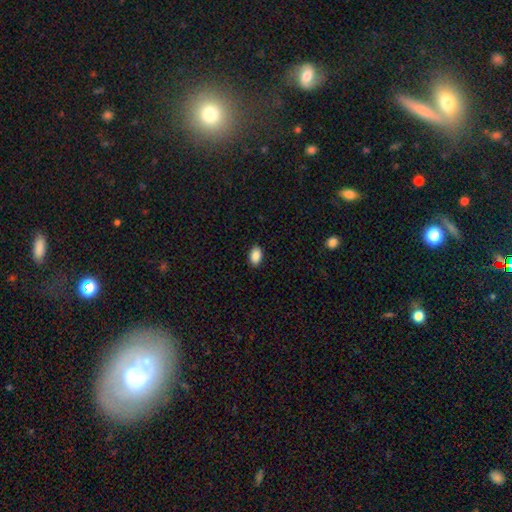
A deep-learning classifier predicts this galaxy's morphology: A smooth galaxy with no disk features (90%) that is in between round and cigar-shaped (89%).

Vote fractions:
- Smooth or featured? smooth: 90% / star or artifact: 8% / featured or disk: 3%
- How rounded? in between: 89% / round: 10% / cigar-shaped: 1%
- Merging? none: 90% / minor disturbance: 8% / major disturbance: 2% / merger: 1%